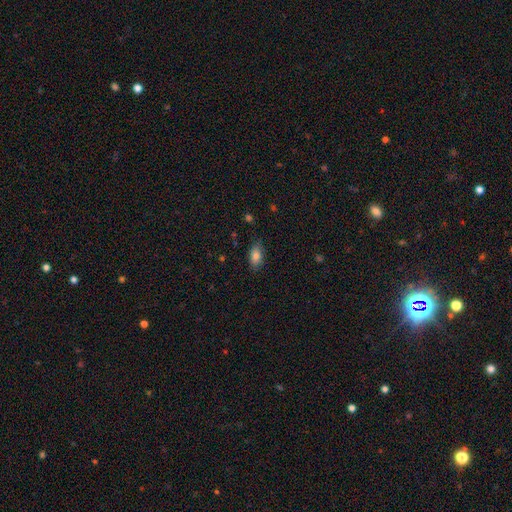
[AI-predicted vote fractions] Morphology: type=smooth (83%); roundness=in between (89%); merging=none (82%).